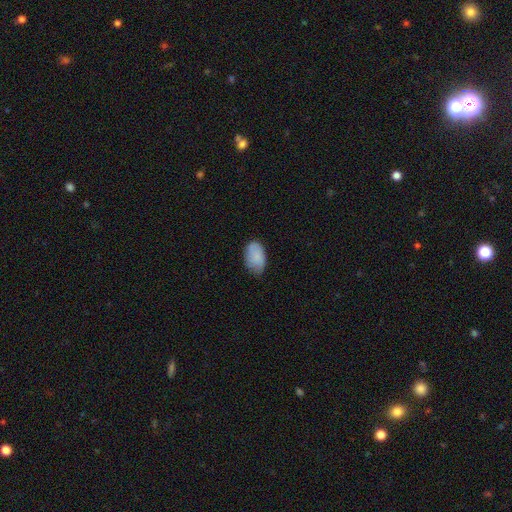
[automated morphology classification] Smooth or featured? Predicted: smooth (p=0.83). How rounded? Predicted: in between (p=0.92). Merging? Predicted: none (p=0.63).